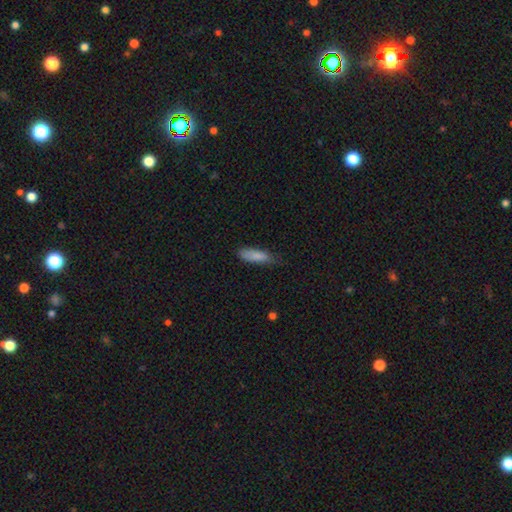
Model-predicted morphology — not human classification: Q: Smooth or featured?
A: smooth (85%); runner-up: featured or disk (8%)
Q: How rounded?
A: in between (50%); runner-up: cigar-shaped (49%)
Q: Merging?
A: none (65%); runner-up: minor disturbance (28%)